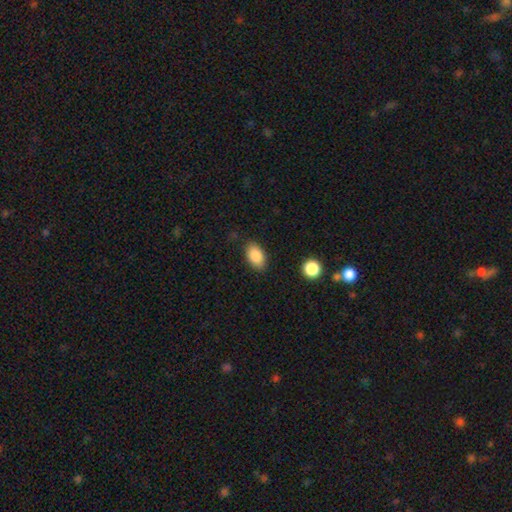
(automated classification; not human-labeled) This is clearly a smooth galaxy (86%). How rounded: clearly in between (91%). Merging: clearly none (85%).